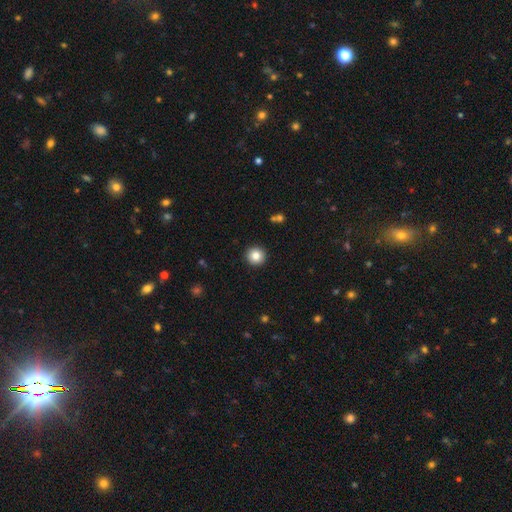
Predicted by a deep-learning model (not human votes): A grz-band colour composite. It shows a smooth galaxy with no disk features (84%) that is round (94%). Merging: none (93%).